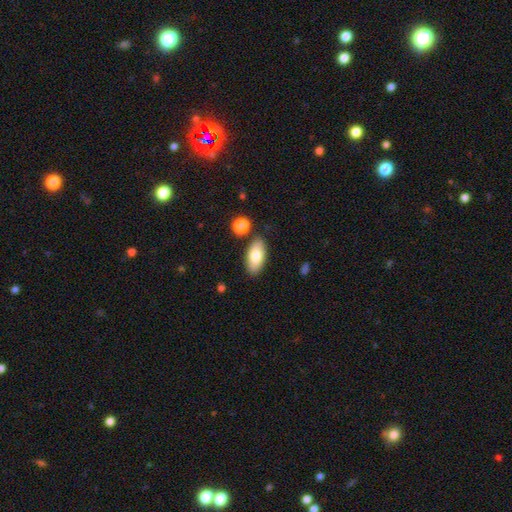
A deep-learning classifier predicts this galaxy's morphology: Smooth or featured: smooth — 78% (featured or disk — 15%)
How rounded: in between — 90% (cigar-shaped — 7%)
Merging: none — 84% (minor disturbance — 10%)